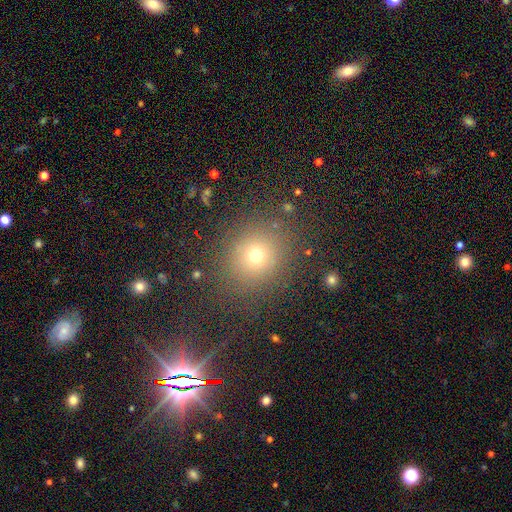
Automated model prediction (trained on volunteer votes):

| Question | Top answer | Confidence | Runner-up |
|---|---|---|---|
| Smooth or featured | smooth | 70% | star or artifact (20%) |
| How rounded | round | 76% | in between (23%) |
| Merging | none | 83% | minor disturbance (10%) |